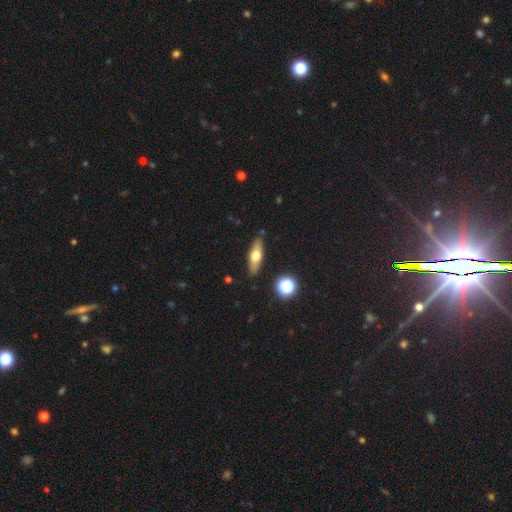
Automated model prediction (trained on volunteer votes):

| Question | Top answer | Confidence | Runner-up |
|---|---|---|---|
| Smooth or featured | smooth | 56% | featured or disk (36%) |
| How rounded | in between | 49% | cigar-shaped (46%) |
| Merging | none | 87% | minor disturbance (9%) |